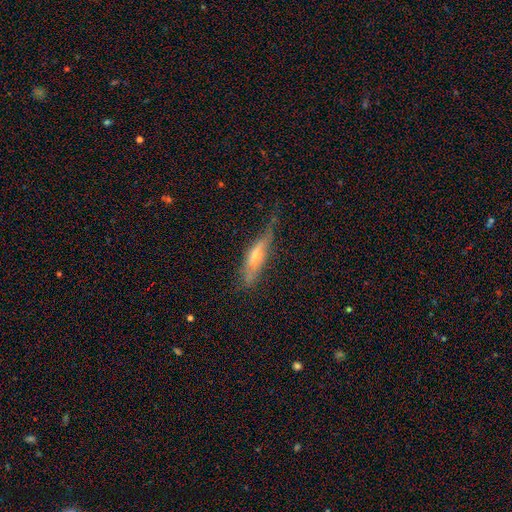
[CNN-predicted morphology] The model was most divided on "smooth or featured": featured or disk: 54%, smooth: 38%, star or artifact: 8%. More confident: edge-on disk — yes (81%); merging — none (55%).